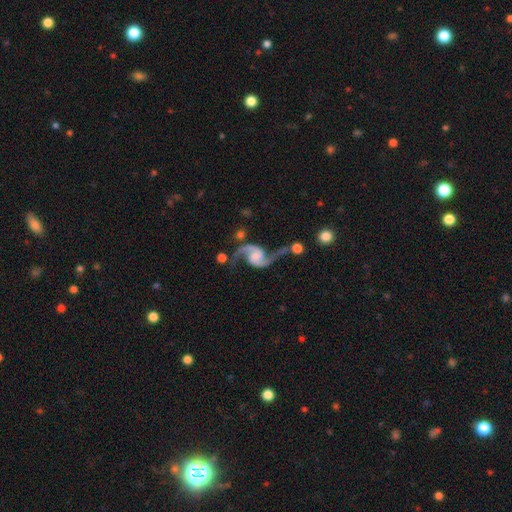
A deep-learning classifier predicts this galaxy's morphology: Q: Smooth or featured?
A: featured or disk (92%); runner-up: star or artifact (4%)
Q: Edge-on disk?
A: no (98%); runner-up: yes (2%)
Q: Bar?
A: no (56%); runner-up: weak (33%)
Q: Spiral arms?
A: yes (98%); runner-up: no (2%)
Q: Spiral winding?
A: loose (69%); runner-up: medium (26%)
Q: Spiral arm count?
A: 2 (95%); runner-up: 1 (1%)
Q: Bulge size?
A: none (45%); runner-up: small (21%)
Q: Merging?
A: none (57%); runner-up: minor disturbance (17%)